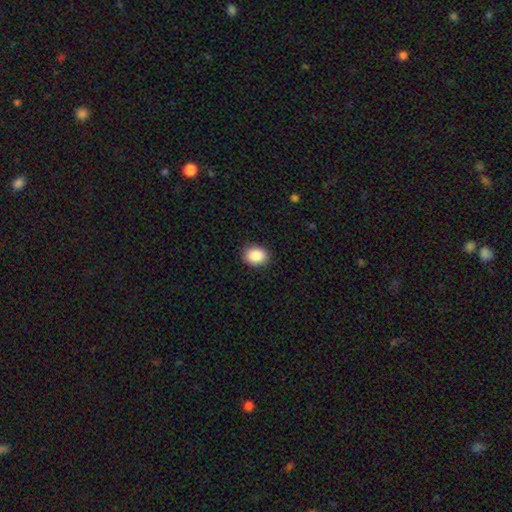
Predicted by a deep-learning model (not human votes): A smooth galaxy with no disk features (89%) that is in between round and cigar-shaped (59%).

Vote fractions:
- Smooth or featured? smooth: 89% / star or artifact: 7% / featured or disk: 3%
- How rounded? in between: 59% / round: 41% / cigar-shaped: 1%
- Merging? none: 90% / minor disturbance: 8% / major disturbance: 2% / merger: 1%